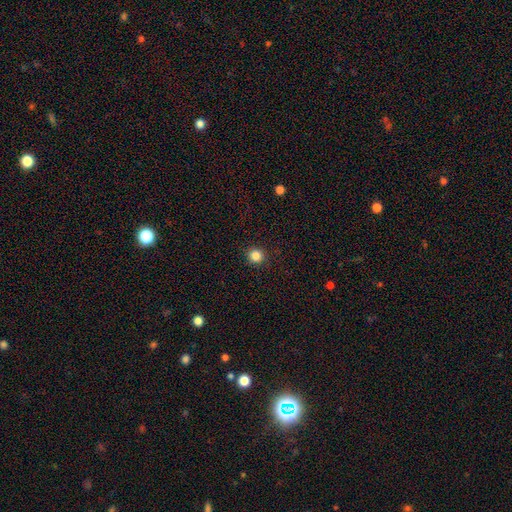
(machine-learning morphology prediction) This is clearly a smooth galaxy (85%). How rounded: clearly round (93%). Merging: clearly none (91%).